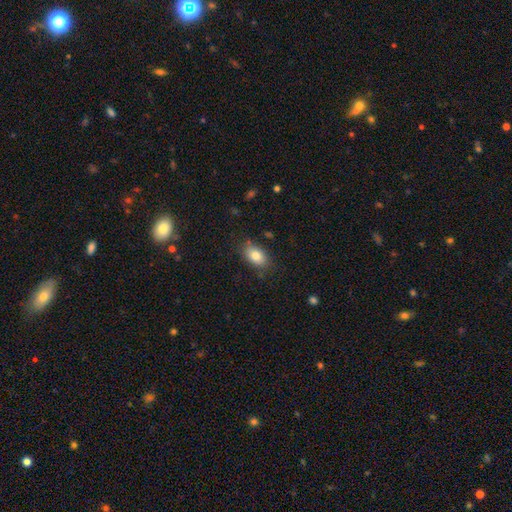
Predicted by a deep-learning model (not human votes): Smooth or featured? Predicted: smooth (p=0.83). How rounded? Predicted: in between (p=0.88). Merging? Predicted: none (p=0.79).